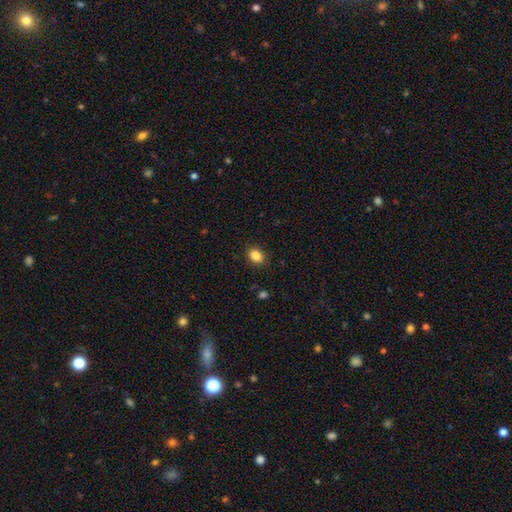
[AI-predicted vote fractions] Overall: smooth (87%). How rounded: in between (69%; round 30%). Merging: none (89%).